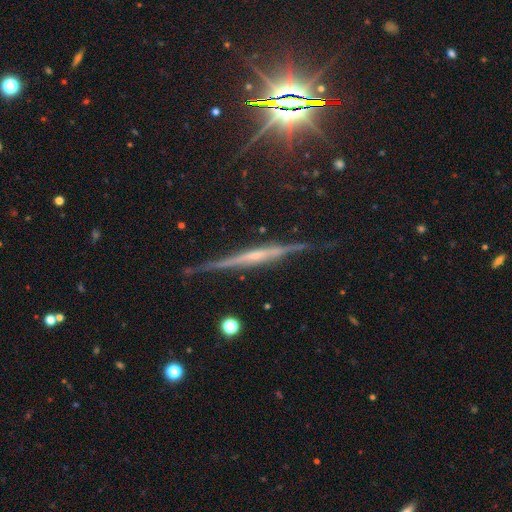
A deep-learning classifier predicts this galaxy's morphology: smooth-or-featured: featured or disk: 75% | smooth: 12% | star or artifact: 12%
  disk-edge-on: yes: 97% | no: 3%
    edge-on-bulge: rounded: 43% | none: 38% | boxy: 19%
  merging: none: 80% | minor disturbance: 15% | major disturbance: 3% | merger: 2%